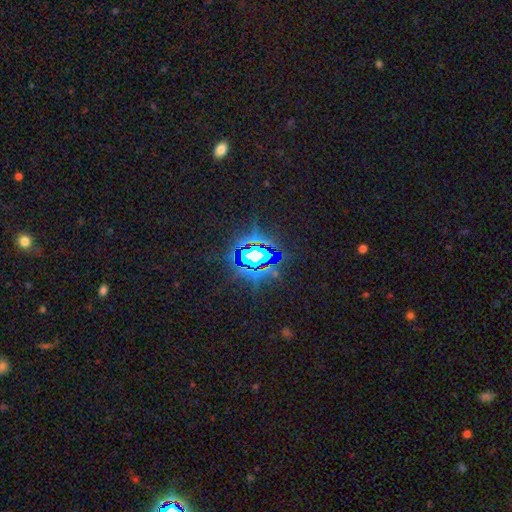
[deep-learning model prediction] Smooth or featured: star or artifact — 77% (featured or disk — 12%)